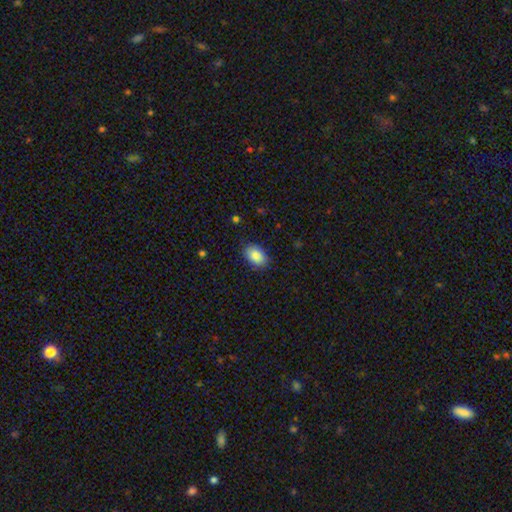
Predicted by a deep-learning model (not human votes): Smooth or featured? Predicted: smooth (p=0.88). How rounded? Predicted: in between (p=0.88). Merging? Predicted: none (p=0.87).